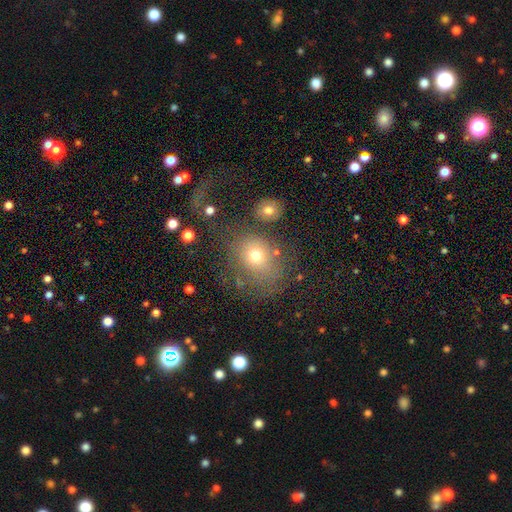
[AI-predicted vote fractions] Smooth or featured: smooth — 68% (star or artifact — 16%)
How rounded: round — 61% (in between — 38%)
Merging: none — 58% (minor disturbance — 18%)